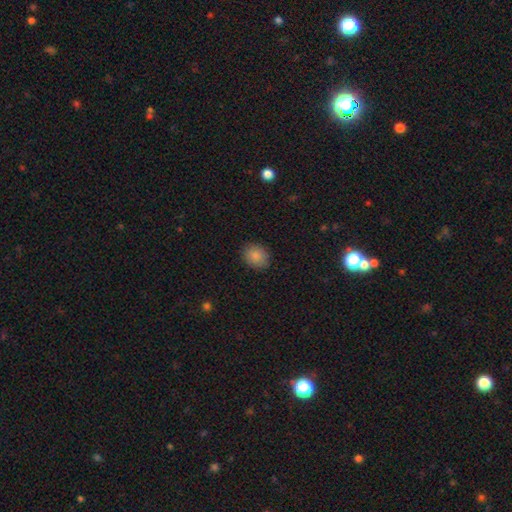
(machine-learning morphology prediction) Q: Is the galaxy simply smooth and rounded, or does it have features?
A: smooth — 86%.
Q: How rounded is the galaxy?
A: round — 55%.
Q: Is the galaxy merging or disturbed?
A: none — 88%.